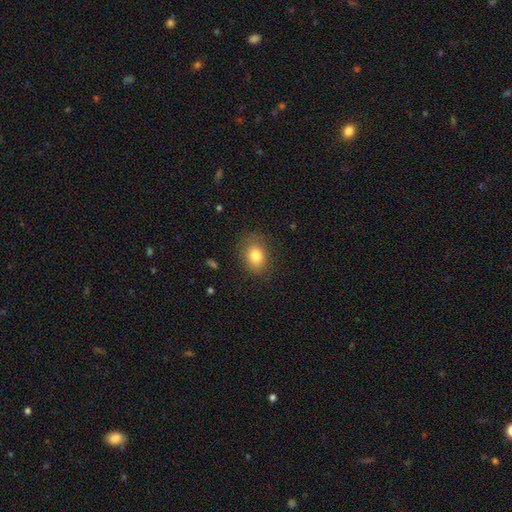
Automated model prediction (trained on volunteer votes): smooth 81%, star or artifact 10%, featured or disk 10%. Down the decision tree: how rounded — in between (61%); merging — none (80%).